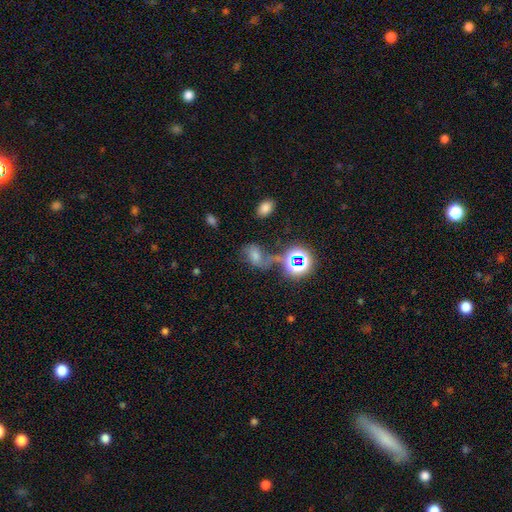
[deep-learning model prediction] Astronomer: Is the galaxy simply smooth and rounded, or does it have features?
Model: star or artifact — 40% (runner-up: smooth, 36%).